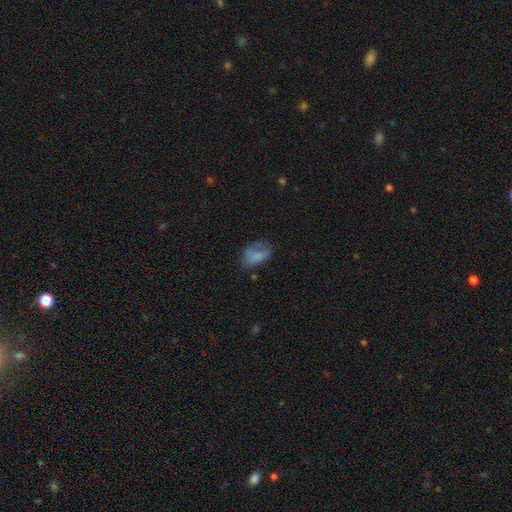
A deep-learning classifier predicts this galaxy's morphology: This appears to be a smooth galaxy with no disk features (71%) that is in between round and cigar-shaped (85%). Merging: none (42%).